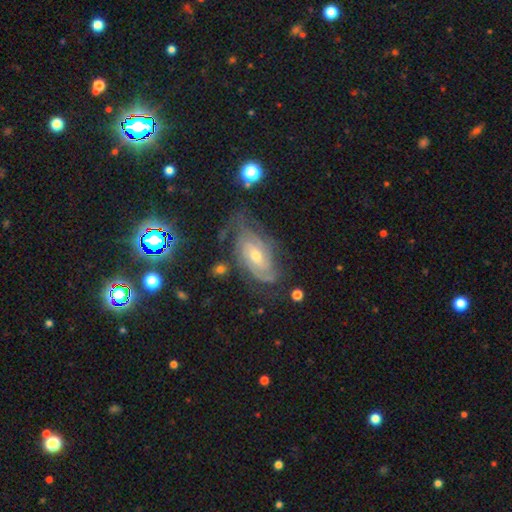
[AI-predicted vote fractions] Morphology: type=featured or disk (84%); edge-on=no (95%); bar=no (53%); spiral arms=yes (96%); winding=tight (66%); arm count=2 (33%); bulge=moderate (57%); merging=none (62%).